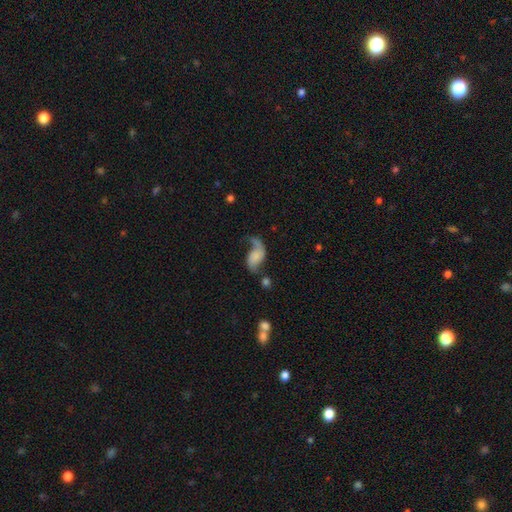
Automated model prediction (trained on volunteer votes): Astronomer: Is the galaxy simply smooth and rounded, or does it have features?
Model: featured or disk — 59%.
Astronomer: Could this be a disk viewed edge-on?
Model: no — 97%.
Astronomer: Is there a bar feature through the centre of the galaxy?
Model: no — 67%.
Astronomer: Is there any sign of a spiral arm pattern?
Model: yes — 88%.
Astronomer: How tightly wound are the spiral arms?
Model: loose — 81%.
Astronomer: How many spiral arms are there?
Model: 2 — 65%.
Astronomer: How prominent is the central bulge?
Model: none — 53%.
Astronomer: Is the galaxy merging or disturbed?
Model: none — 37% (runner-up: major disturbance, 30%).